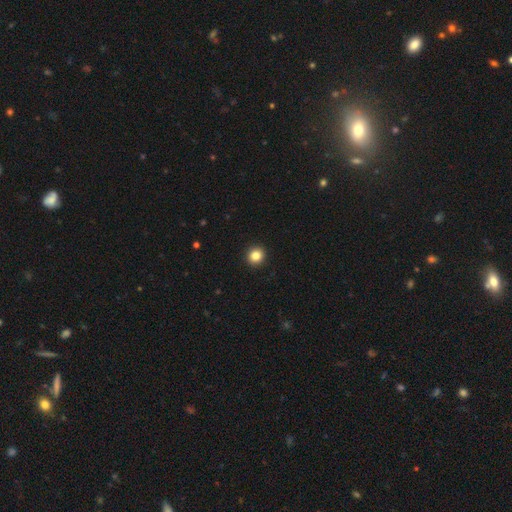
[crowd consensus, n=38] smooth 92%, star or artifact 8%, featured or disk 0%. Down the decision tree: how rounded — round (77%); merging — none (94%).